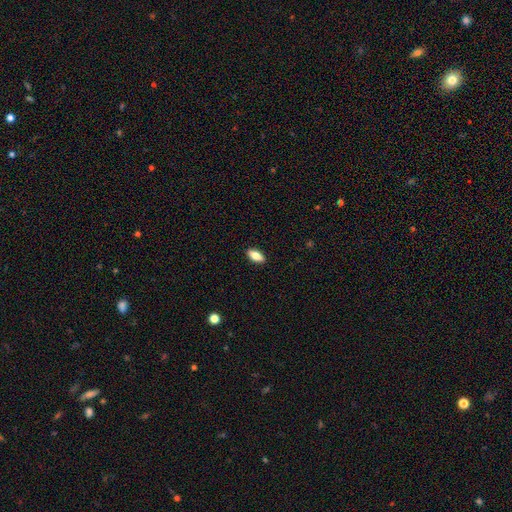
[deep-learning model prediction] The model was most divided on "smooth or featured": smooth: 75%, featured or disk: 18%, star or artifact: 7%. More confident: merging — none (90%); how rounded — in between (84%).